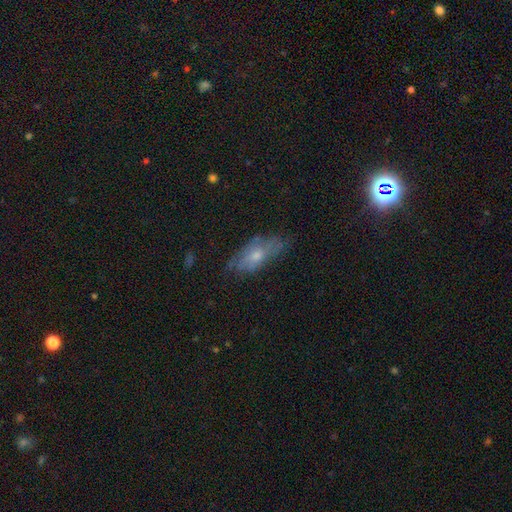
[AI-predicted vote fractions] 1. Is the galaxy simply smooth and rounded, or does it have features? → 50% smooth, 41% featured or disk, 9% star or artifact.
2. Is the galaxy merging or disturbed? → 55% none, 30% minor disturbance, 13% major disturbance, 2% merger.